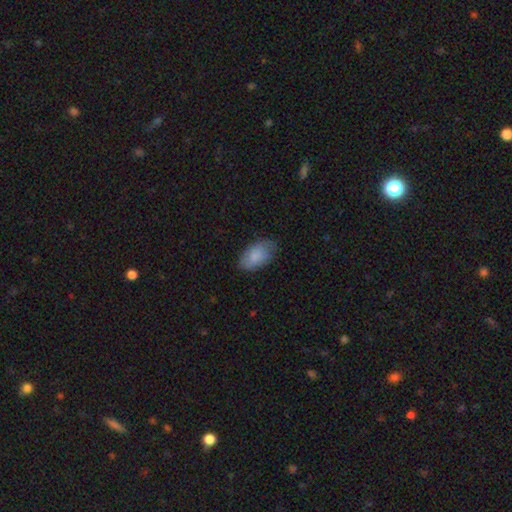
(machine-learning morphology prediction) smooth 83%, featured or disk 11%, star or artifact 6%. Down the decision tree: how rounded — in between (94%); merging — none (75%).